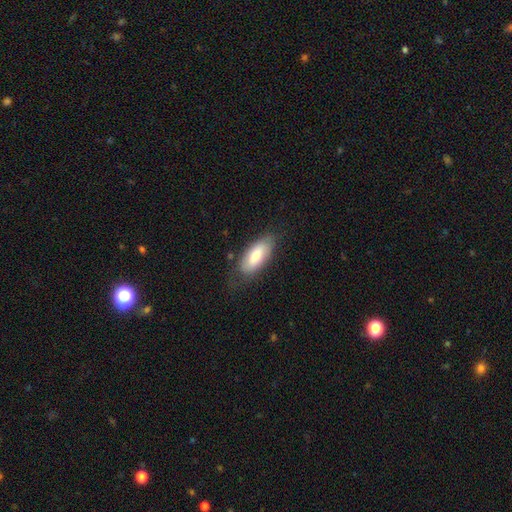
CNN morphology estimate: A smooth galaxy with no disk features (73%) that is in between round and cigar-shaped (83%). Merging: none (73%).